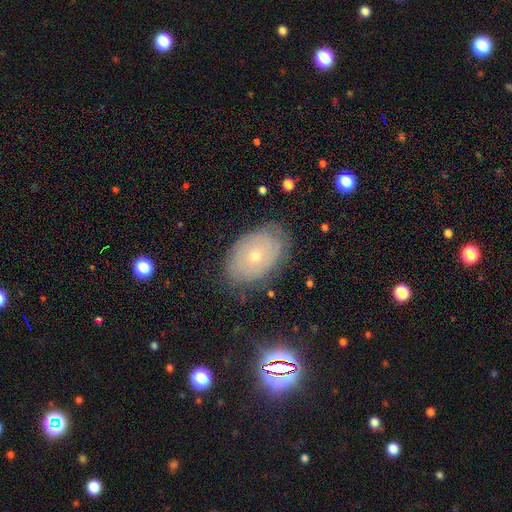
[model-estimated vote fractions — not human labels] This is possibly a featured or disk galaxy (54%). It is clearly not viewed edge-on (93%). Merging: likely none (76%).